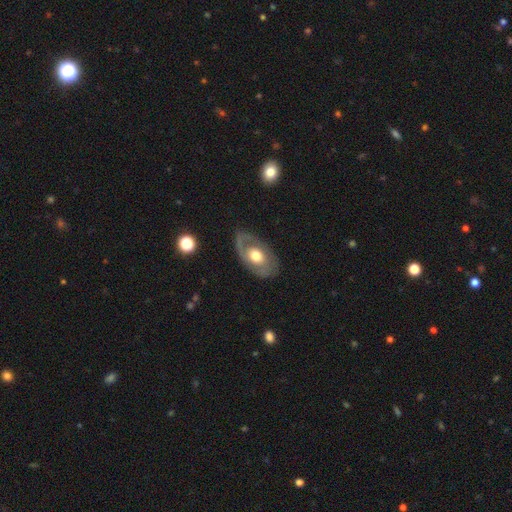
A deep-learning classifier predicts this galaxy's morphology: This appears to be a featured or disk galaxy (60%) with no bar (82%), no spiral arms (51%) and a moderate central bulge (65%). Merging: none (71%).